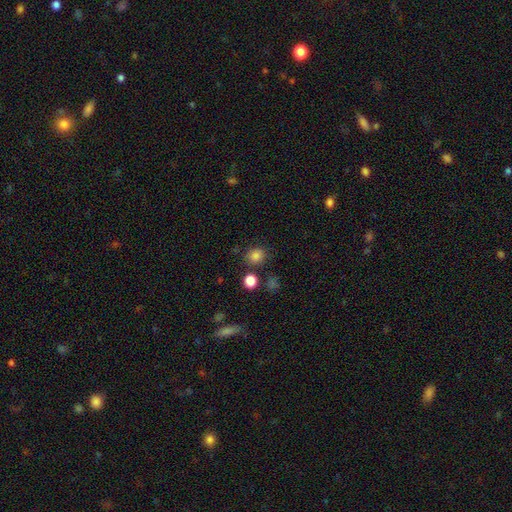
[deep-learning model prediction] Smooth or featured: smooth — 83% (star or artifact — 13%)
How rounded: round — 73% (in between — 26%)
Merging: none — 79% (minor disturbance — 11%)